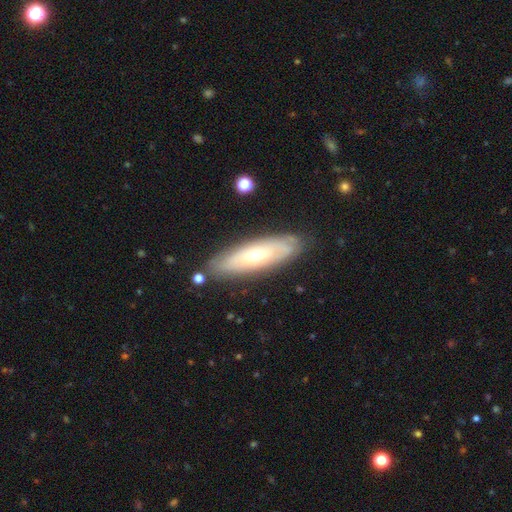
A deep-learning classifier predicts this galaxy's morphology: smooth-or-featured: featured or disk: 56% | smooth: 38% | star or artifact: 6%
  disk-edge-on: no: 64% | yes: 36%
  merging: none: 83% | minor disturbance: 12% | major disturbance: 3% | merger: 2%